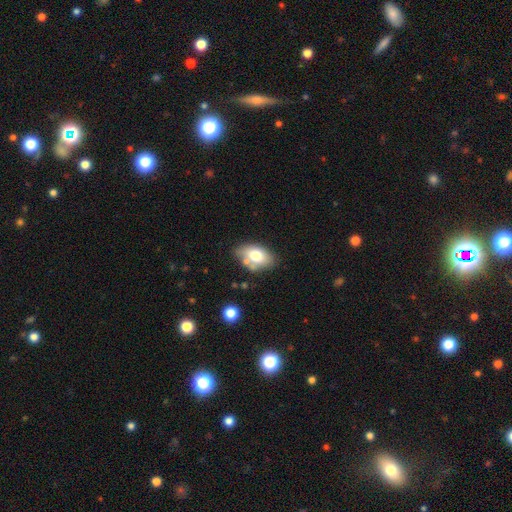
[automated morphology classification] smooth-or-featured: smooth: 72% | featured or disk: 20% | star or artifact: 8%
  how-rounded: in between: 87% | round: 12% | cigar-shaped: 2%
  merging: none: 61% | minor disturbance: 21% | merger: 12% | major disturbance: 5%